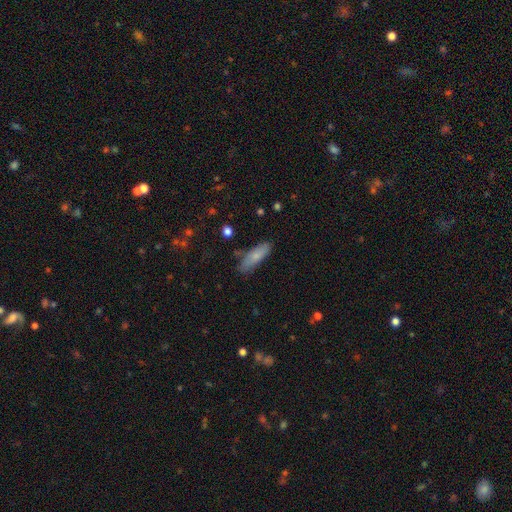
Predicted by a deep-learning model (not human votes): Smooth or featured?
  - smooth: 76% *
  - featured or disk: 17%
  - star or artifact: 7%
How rounded?
  - cigar-shaped: 49% * (tied)
  - in between: 49% * (tied)
  - round: 2%
Merging?
  - none: 76% *
  - minor disturbance: 18%
  - major disturbance: 3%
  - merger: 3%